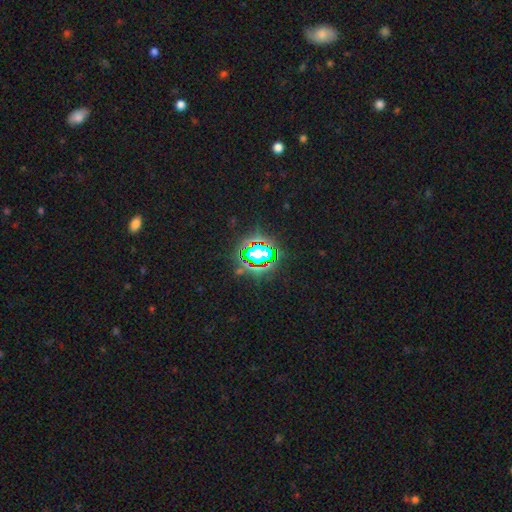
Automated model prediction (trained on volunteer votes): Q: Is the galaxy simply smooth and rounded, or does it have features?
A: star or artifact — 69%.